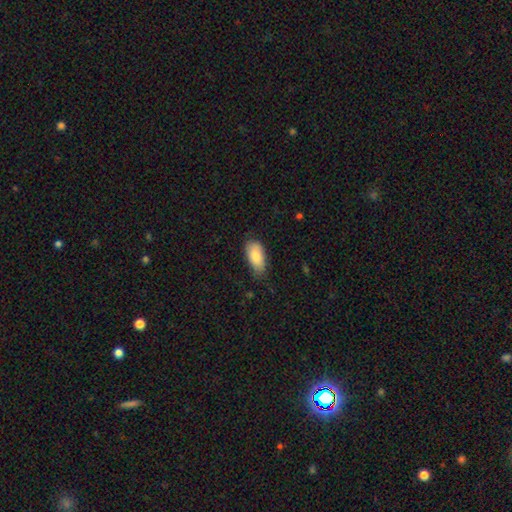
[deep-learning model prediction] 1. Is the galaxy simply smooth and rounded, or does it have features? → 82% smooth, 11% featured or disk, 6% star or artifact.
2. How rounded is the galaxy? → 92% in between, 5% cigar-shaped, 3% round.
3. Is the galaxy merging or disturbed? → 67% none, 27% minor disturbance, 5% major disturbance, 1% merger.